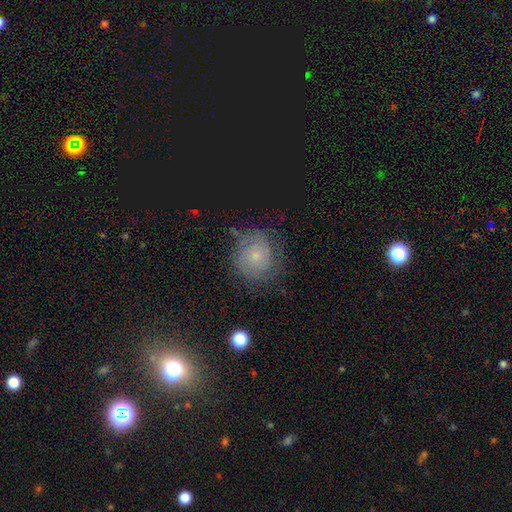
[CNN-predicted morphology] This appears to be a featured or disk galaxy (54%) with no bar (84%), spiral arms (84%) and a small central bulge (79%). Merging: none (73%).